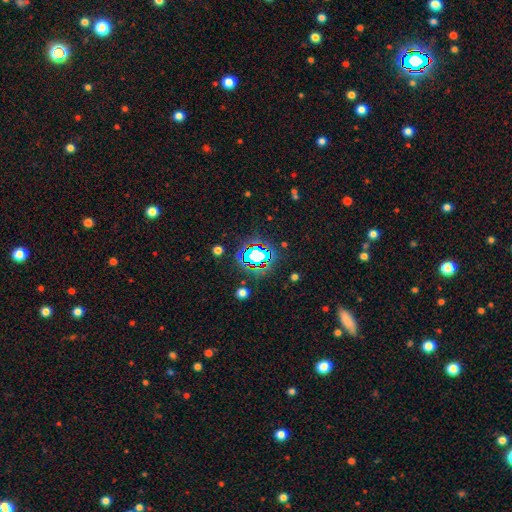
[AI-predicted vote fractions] This is likely a star or artifact rather than a galaxy (62%).